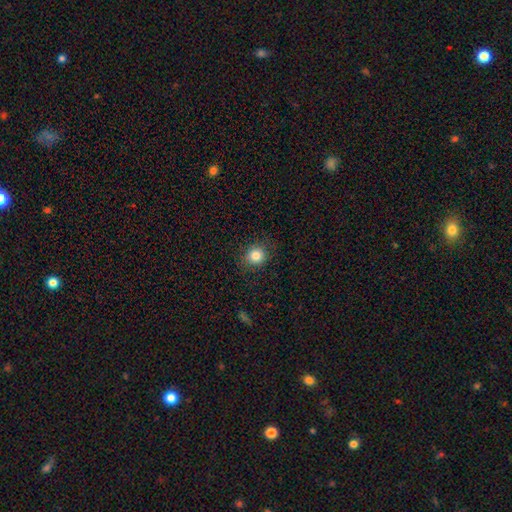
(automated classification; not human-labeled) Smooth or featured? smooth (83%)
How rounded? round (84%)
Merging? none (86%)